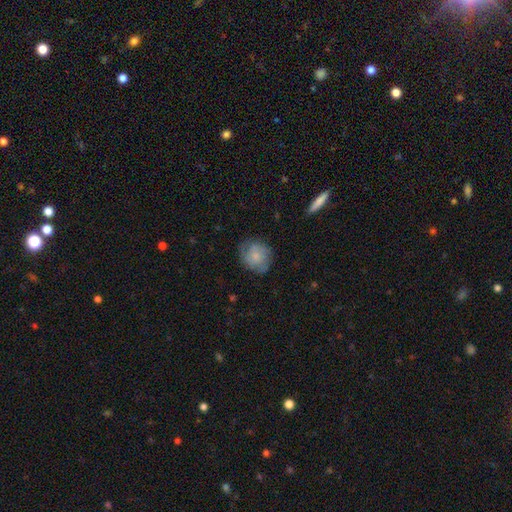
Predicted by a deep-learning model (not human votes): Smooth or featured: smooth — 68% (featured or disk — 24%)
How rounded: round — 81% (in between — 18%)
Merging: none — 70% (minor disturbance — 21%)